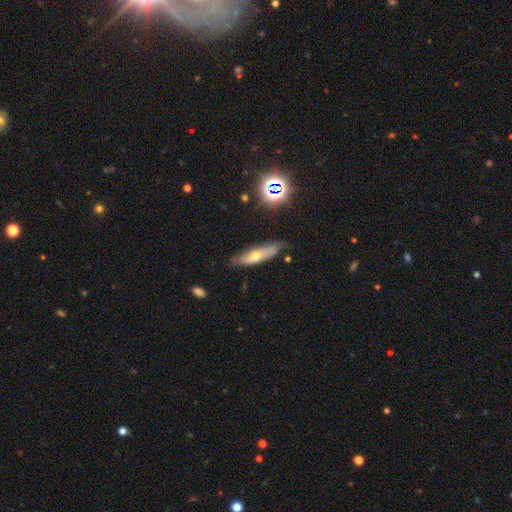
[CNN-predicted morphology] type=smooth (48%); merging=none (74%).